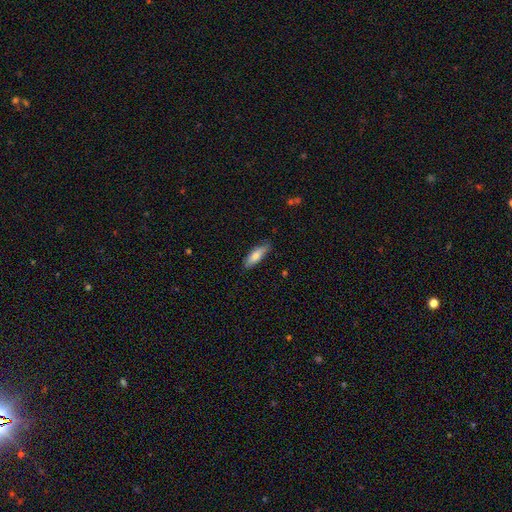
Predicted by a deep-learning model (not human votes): A smooth galaxy with no disk features (80%) that is in between round and cigar-shaped (55%).

Vote fractions:
- Smooth or featured? smooth: 80% / featured or disk: 14% / star or artifact: 6%
- How rounded? in between: 55% / cigar-shaped: 44% / round: 2%
- Merging? none: 77% / minor disturbance: 18% / major disturbance: 3% / merger: 1%